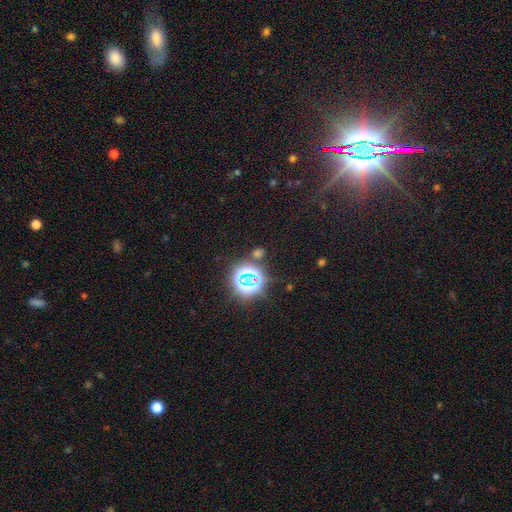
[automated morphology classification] Smooth or featured? star or artifact (75%)